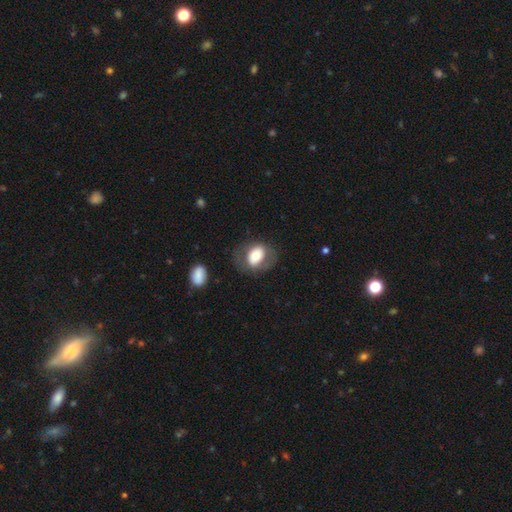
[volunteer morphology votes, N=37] smooth_or_featured: smooth (p=0.59) [alt: featured or disk p=0.38]
how_rounded: in between (p=0.73) [alt: round p=0.27]
merging: none (p=0.58) [alt: major disturbance p=0.22]